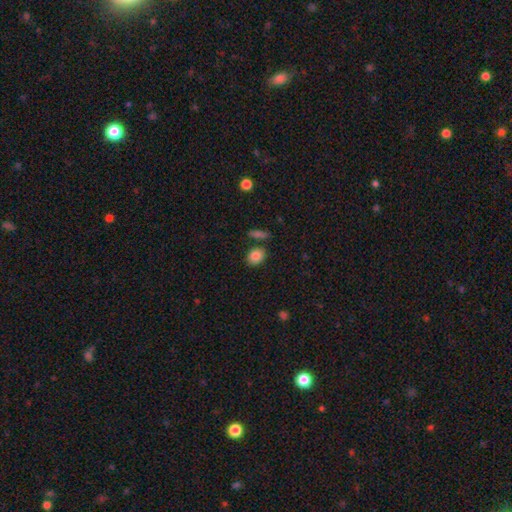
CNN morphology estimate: This is clearly a smooth galaxy (84%). How rounded: possibly in between (56%). Merging: likely none (80%).